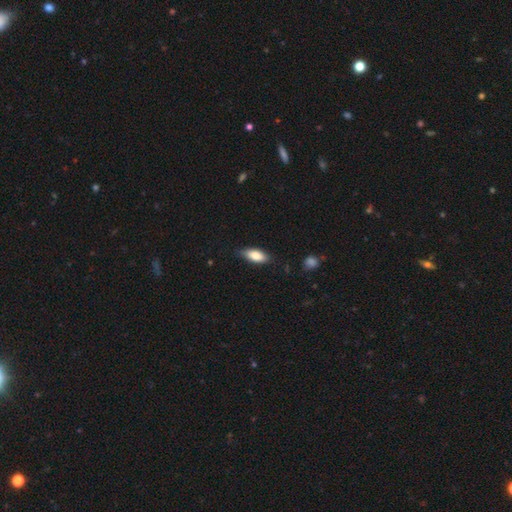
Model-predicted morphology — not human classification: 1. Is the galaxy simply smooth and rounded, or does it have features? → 81% smooth, 13% featured or disk, 6% star or artifact.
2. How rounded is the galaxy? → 80% in between, 18% cigar-shaped, 2% round.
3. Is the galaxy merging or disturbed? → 78% none, 17% minor disturbance, 3% major disturbance, 1% merger.